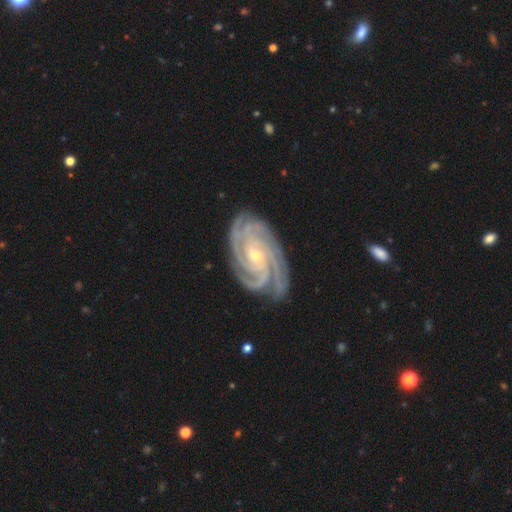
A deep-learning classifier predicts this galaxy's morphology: smooth_or_featured: featured or disk (p=0.93) [alt: star or artifact p=0.04]
disk_edge_on: no (p=0.98) [alt: yes p=0.02]
bar: no (p=0.65) [alt: weak p=0.24]
has_spiral_arms: yes (p=0.99) [alt: no p=0.01]
spiral_winding: tight (p=0.81) [alt: medium p=0.18]
spiral_arm_count: 4 (p=0.41) [alt: 3 p=0.22]
bulge_size: small (p=0.67) [alt: moderate p=0.31]
merging: none (p=0.81) [alt: minor disturbance p=0.14]